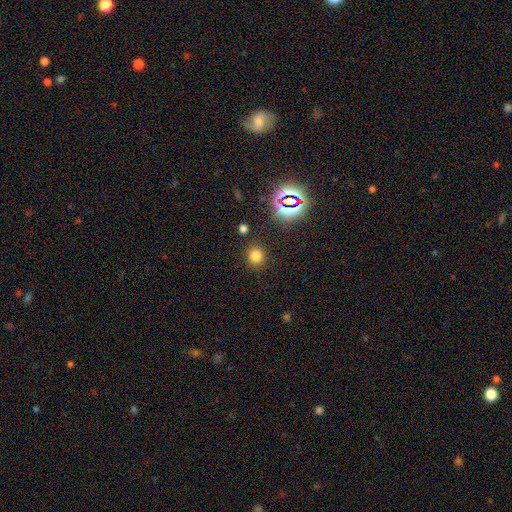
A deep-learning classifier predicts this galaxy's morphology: Overall: smooth (73%). How rounded: round (84%). Merging: none (87%).